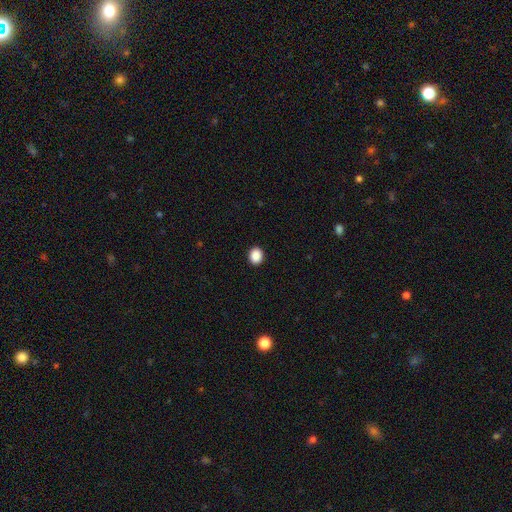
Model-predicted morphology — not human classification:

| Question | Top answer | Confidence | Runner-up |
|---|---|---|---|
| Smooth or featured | smooth | 89% | star or artifact (9%) |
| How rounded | round | 63% | in between (36%) |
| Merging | none | 92% | minor disturbance (5%) |